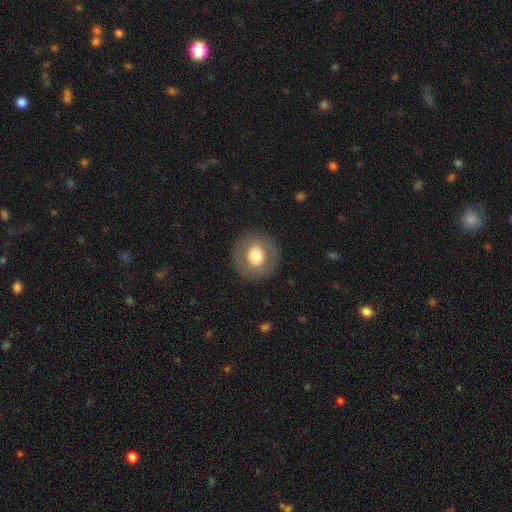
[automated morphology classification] A smooth galaxy with no disk features (63%) that is round (88%).

Vote fractions:
- Smooth or featured? smooth: 63% / featured or disk: 29% / star or artifact: 8%
- How rounded? round: 88% / in between: 11% / cigar-shaped: 1%
- Merging? none: 86% / minor disturbance: 8% / major disturbance: 5% / merger: 1%